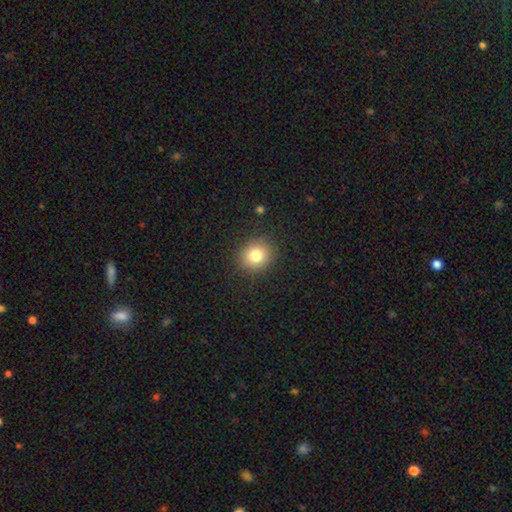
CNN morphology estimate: Smooth or featured? smooth (79%)
How rounded? round (80%)
Merging? none (89%)